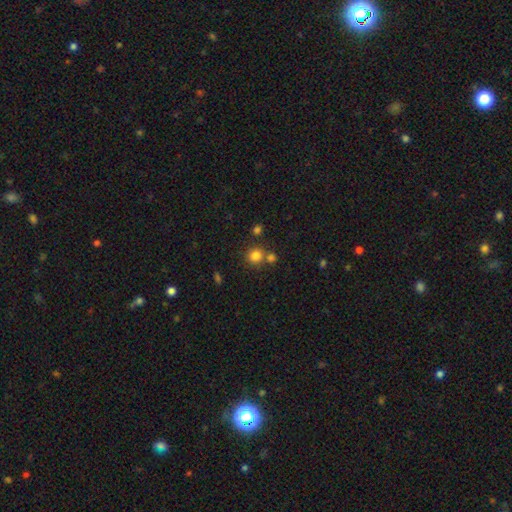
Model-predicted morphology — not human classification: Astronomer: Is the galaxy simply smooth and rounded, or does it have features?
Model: smooth — 81%.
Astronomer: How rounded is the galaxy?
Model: round — 87%.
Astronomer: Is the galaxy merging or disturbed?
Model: none — 67%.